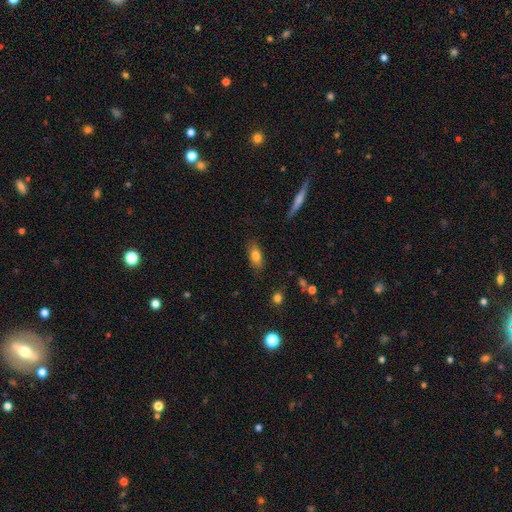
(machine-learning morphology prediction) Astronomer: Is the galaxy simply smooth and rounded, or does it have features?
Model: smooth — 79%.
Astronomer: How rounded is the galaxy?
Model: in between — 82%.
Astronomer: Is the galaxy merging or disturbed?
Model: none — 82%.